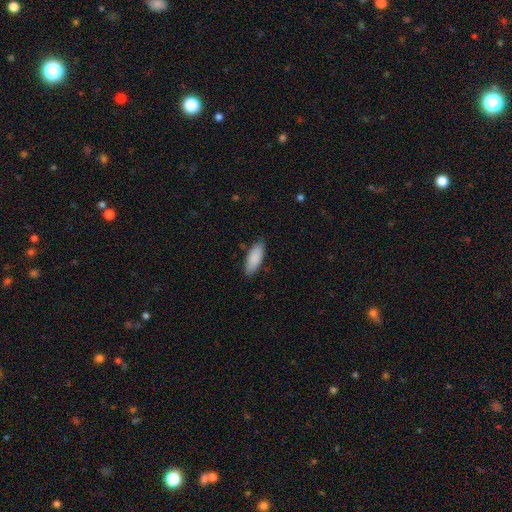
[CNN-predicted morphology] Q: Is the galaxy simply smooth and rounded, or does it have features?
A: smooth — 88%.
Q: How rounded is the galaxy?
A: in between — 78%.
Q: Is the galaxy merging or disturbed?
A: none — 85%.